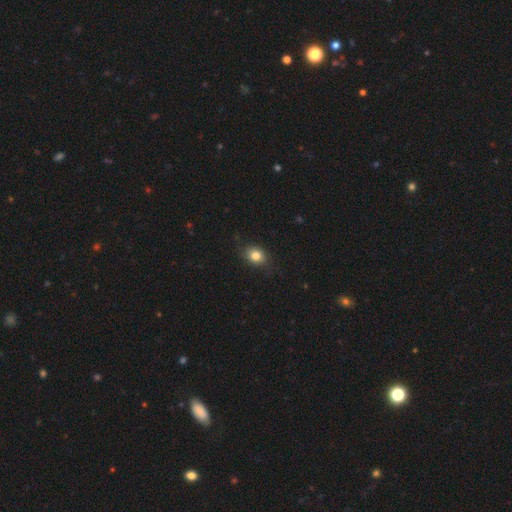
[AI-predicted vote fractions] This is clearly a smooth galaxy (82%). How rounded: possibly in between (53%). Merging: clearly none (81%).